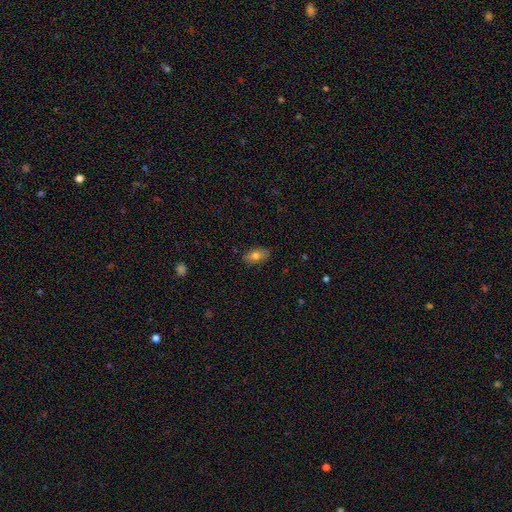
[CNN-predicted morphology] A smooth galaxy with no disk features (74%) that is in between round and cigar-shaped (88%). Merging: none (86%).